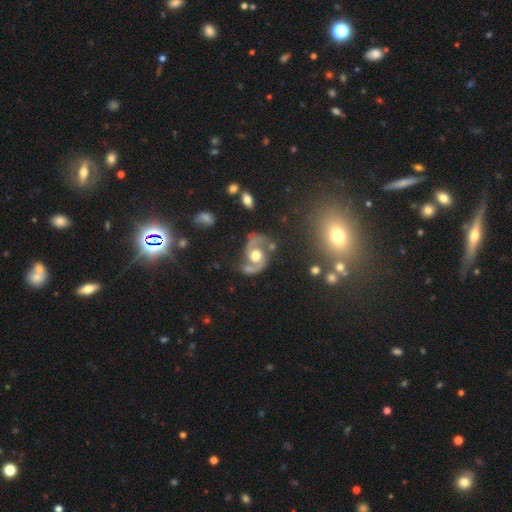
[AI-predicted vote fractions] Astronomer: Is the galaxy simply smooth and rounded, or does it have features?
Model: featured or disk — 88%.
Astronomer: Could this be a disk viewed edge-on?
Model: no — 98%.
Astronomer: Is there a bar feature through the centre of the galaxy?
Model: no — 69%.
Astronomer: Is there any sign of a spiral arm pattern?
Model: yes — 95%.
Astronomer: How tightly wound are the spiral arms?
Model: medium — 54% (runner-up: loose, 34%).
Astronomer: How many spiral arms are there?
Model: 2 — 94%.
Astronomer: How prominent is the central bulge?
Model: moderate — 59%.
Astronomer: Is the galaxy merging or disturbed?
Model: none — 68%.